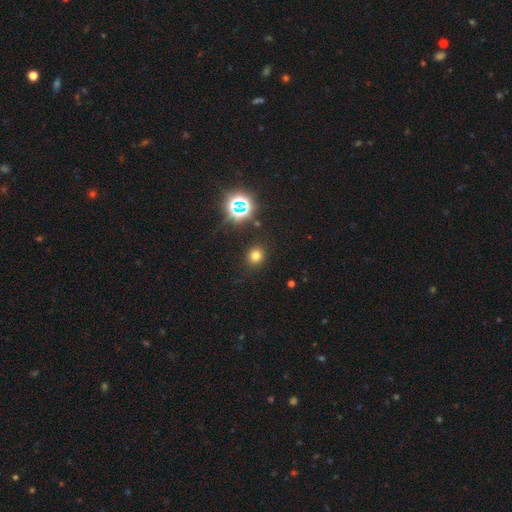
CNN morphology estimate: The model was most divided on "smooth or featured": smooth: 71%, star or artifact: 22%, featured or disk: 7%. More confident: merging — none (89%); how rounded — round (81%).